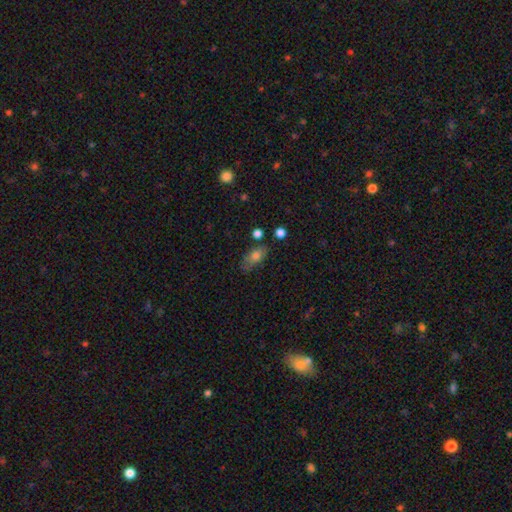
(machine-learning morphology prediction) smooth_or_featured: smooth (p=0.77) [alt: featured or disk p=0.14]
how_rounded: in between (p=0.84) [alt: cigar-shaped p=0.09]
merging: none (p=0.64) [alt: minor disturbance p=0.24]